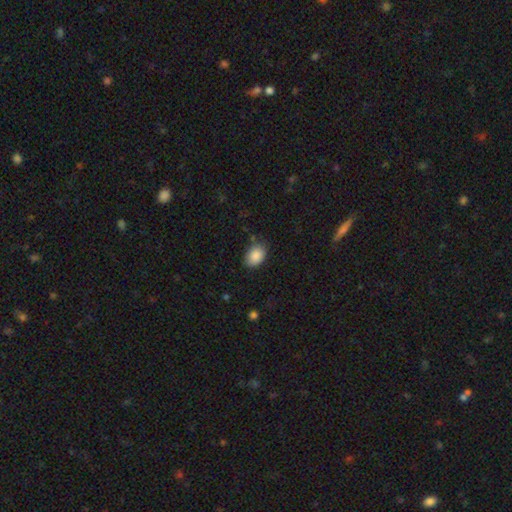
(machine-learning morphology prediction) smooth 88%, star or artifact 7%, featured or disk 4%. Down the decision tree: how rounded — in between (83%); merging — none (78%).